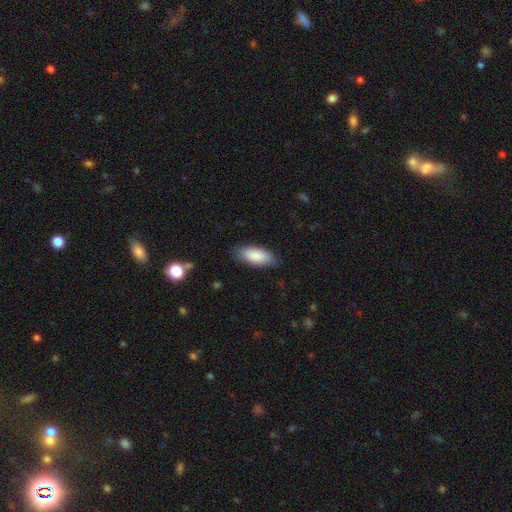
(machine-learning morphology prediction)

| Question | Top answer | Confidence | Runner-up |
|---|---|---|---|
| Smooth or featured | smooth | 88% | featured or disk (7%) |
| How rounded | in between | 85% | cigar-shaped (14%) |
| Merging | none | 82% | minor disturbance (14%) |